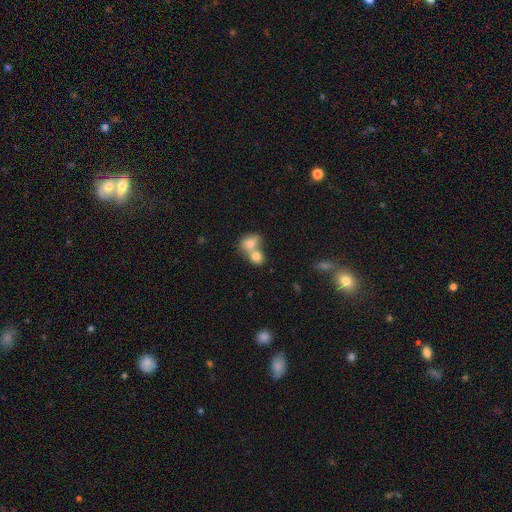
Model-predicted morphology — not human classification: Smooth or featured?
  - smooth: 79% *
  - featured or disk: 13%
  - star or artifact: 9%
How rounded?
  - in between: 49% * (tied)
  - round: 49% * (tied)
  - cigar-shaped: 1%
Merging?
  - merger: 69% *
  - none: 22%
  - minor disturbance: 6%
  - major disturbance: 3%